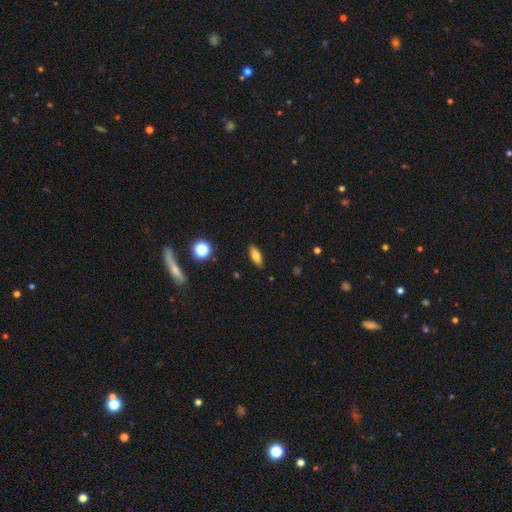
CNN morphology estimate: Smooth or featured? smooth (77%)
How rounded? in between (78%)
Merging? none (87%)